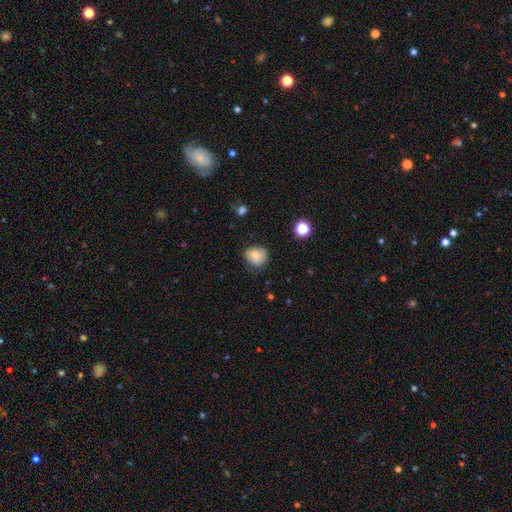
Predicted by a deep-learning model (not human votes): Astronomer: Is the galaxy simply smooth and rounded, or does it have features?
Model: smooth — 75%.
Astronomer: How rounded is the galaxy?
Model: round — 75%.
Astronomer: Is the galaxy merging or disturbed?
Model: none — 69%.